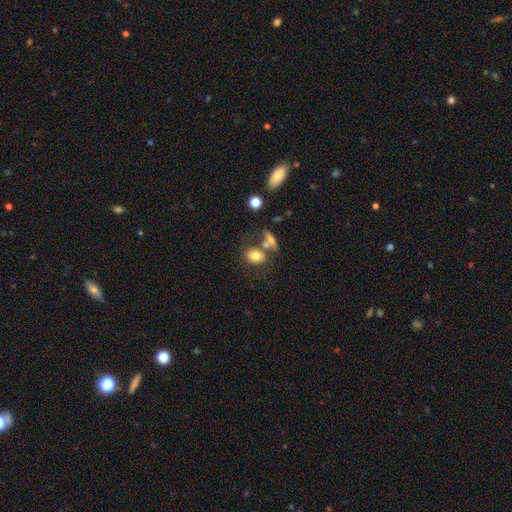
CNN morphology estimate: Q: Smooth or featured?
A: smooth (76%); runner-up: featured or disk (14%)
Q: How rounded?
A: in between (66%); runner-up: round (32%)
Q: Merging?
A: none (50%); runner-up: merger (30%)